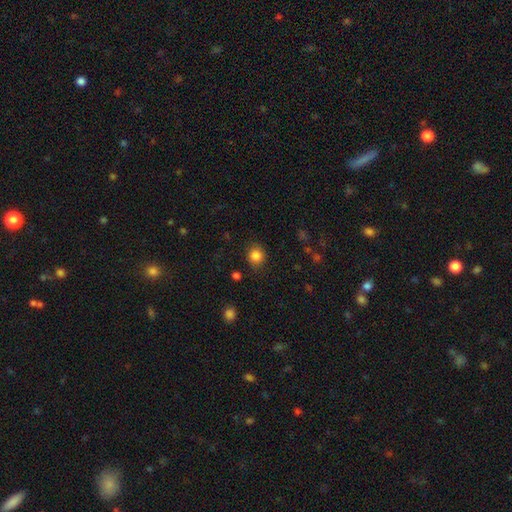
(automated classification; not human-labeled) A smooth galaxy with no disk features (84%) that is round (82%). Merging: none (85%).